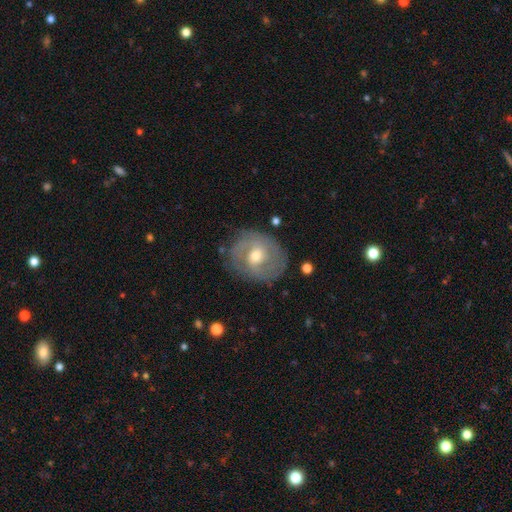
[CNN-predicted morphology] Overall: featured or disk (75%). Edge-on disk: no (97%). Bar: no (55%; weak 37%). Spiral arms: yes (84%). Spiral arm count: 2 (50%; can't tell 30%). Spiral winding: tight (61%; medium 30%). Bulge size: moderate (60%; small 36%). Merging: none (79%).